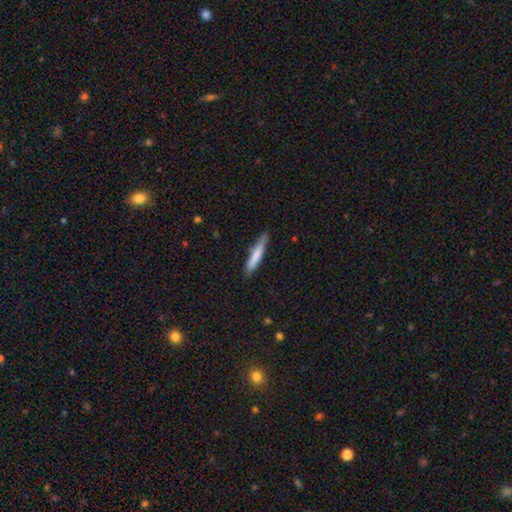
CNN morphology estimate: Smooth or featured: smooth — 73% (featured or disk — 22%)
How rounded: cigar-shaped — 93% (in between — 6%)
Merging: none — 83% (minor disturbance — 13%)